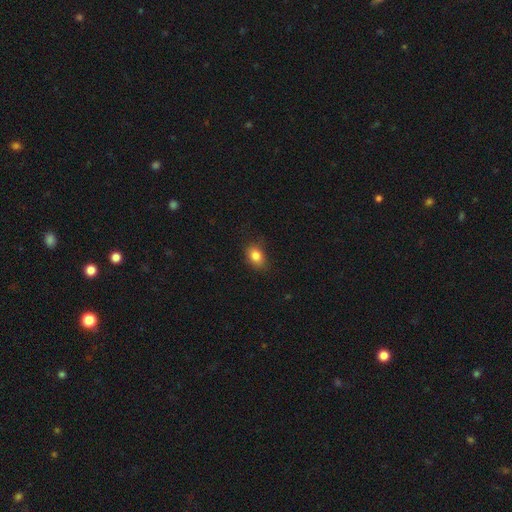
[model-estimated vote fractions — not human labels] Morphology: type=smooth (83%); roundness=in between (72%); merging=none (77%).